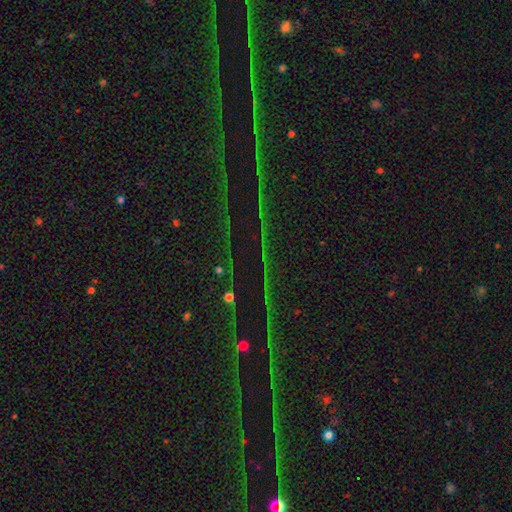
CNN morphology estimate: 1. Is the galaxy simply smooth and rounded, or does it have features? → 74% star or artifact, 14% featured or disk, 12% smooth.